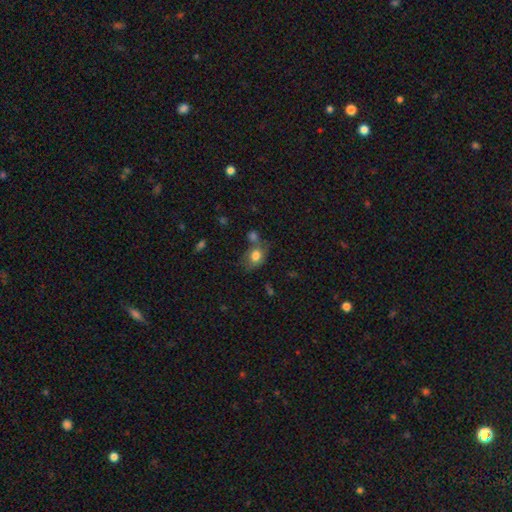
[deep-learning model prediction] This is clearly a smooth galaxy (80%). How rounded: possibly in between (59%). Merging: possibly none (47%).